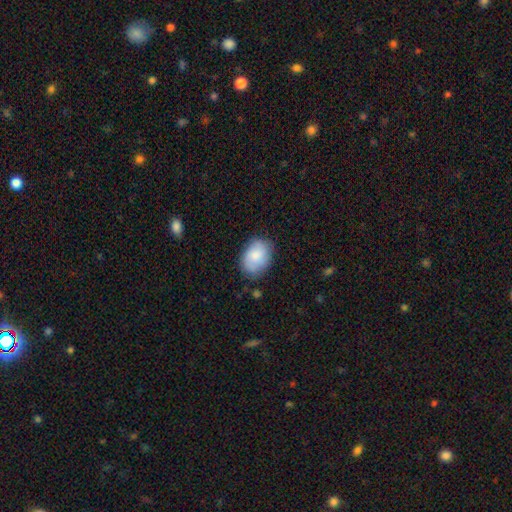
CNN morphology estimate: Smooth or featured?
  - smooth: 82% *
  - featured or disk: 12%
  - star or artifact: 6%
How rounded?
  - in between: 78% *
  - round: 21%
  - cigar-shaped: 1%
Merging?
  - none: 73% *
  - minor disturbance: 21%
  - major disturbance: 5%
  - merger: 2%